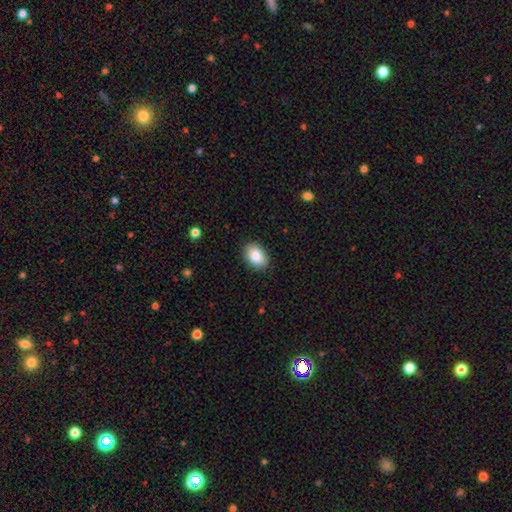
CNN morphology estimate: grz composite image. It shows a smooth galaxy with no disk features (86%) that is in between round and cigar-shaped (82%). Merging: none (89%).